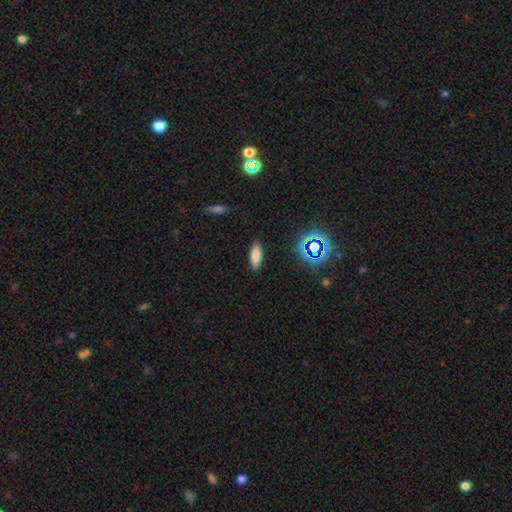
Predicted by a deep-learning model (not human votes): smooth 79%, star or artifact 13%, featured or disk 8%. Down the decision tree: how rounded — in between (60%); merging — none (87%).